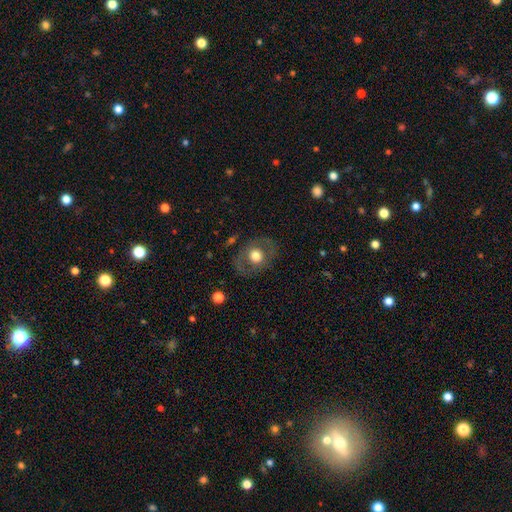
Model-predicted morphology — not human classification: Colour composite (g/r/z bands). It shows a smooth galaxy with no disk features (57%) that is round (62%). Merging: none (79%).